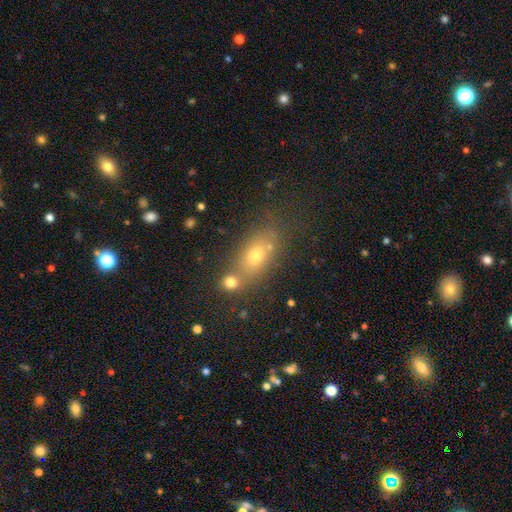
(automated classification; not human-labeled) Morphology: type=smooth (67%); roundness=in between (72%); merging=none (56%).